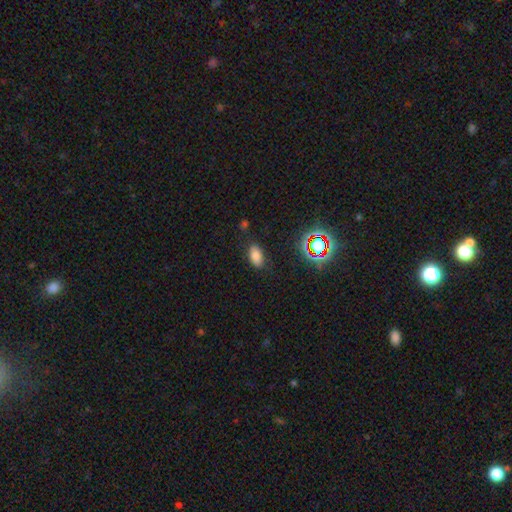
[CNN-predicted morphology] Smooth or featured?
  - smooth: 76% *
  - star or artifact: 17%
  - featured or disk: 7%
How rounded?
  - in between: 92% *
  - round: 5%
  - cigar-shaped: 3%
Merging?
  - none: 82% *
  - minor disturbance: 12%
  - major disturbance: 4%
  - merger: 2%